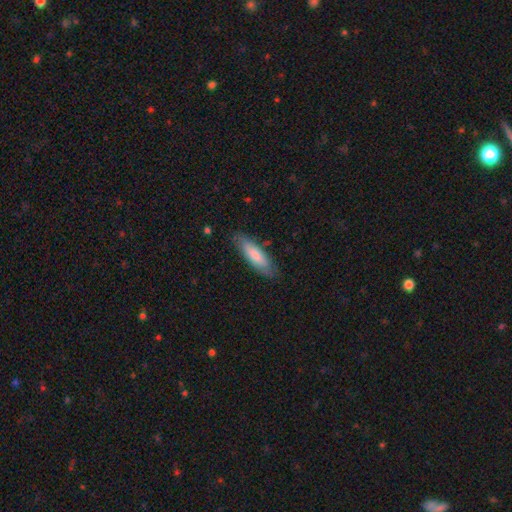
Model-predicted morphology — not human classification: Smooth or featured? smooth (77%)
How rounded? cigar-shaped (55%)
Merging? none (81%)